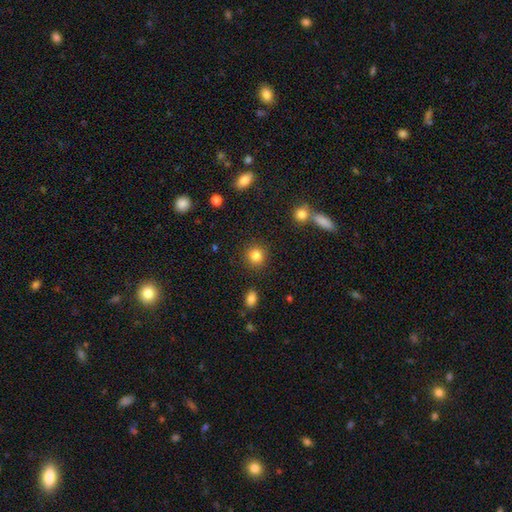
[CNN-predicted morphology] Smooth or featured?
  - smooth: 84% *
  - star or artifact: 11%
  - featured or disk: 5%
How rounded?
  - round: 90% *
  - in between: 9%
  - cigar-shaped: 1%
Merging?
  - none: 89% *
  - minor disturbance: 6%
  - major disturbance: 2%
  - merger: 2%